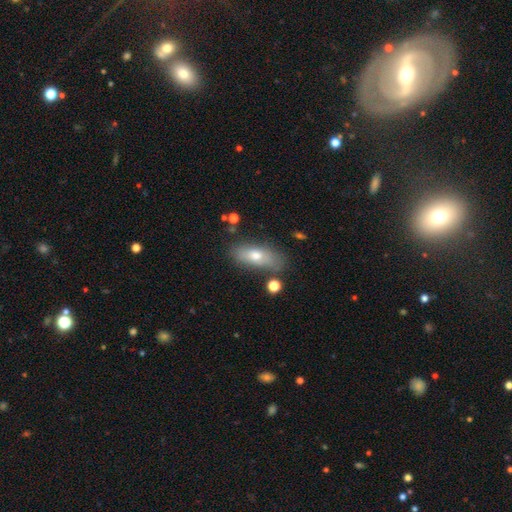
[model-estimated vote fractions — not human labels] Smooth or featured: smooth — 68% (featured or disk — 24%)
How rounded: in between — 76% (cigar-shaped — 20%)
Merging: none — 70% (minor disturbance — 18%)